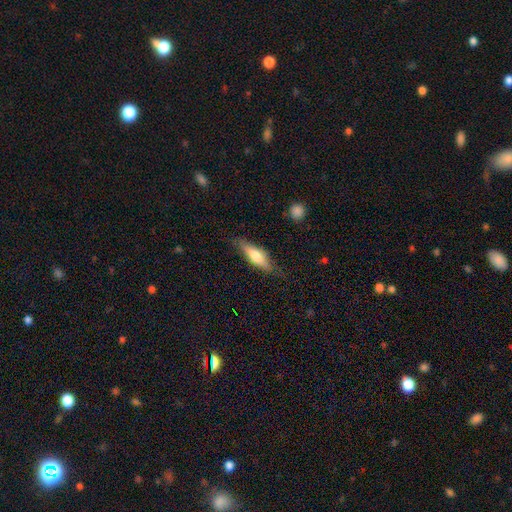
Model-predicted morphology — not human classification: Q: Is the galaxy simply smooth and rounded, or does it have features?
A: smooth — 57%.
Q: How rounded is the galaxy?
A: cigar-shaped — 55%.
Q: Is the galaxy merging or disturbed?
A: none — 74%.